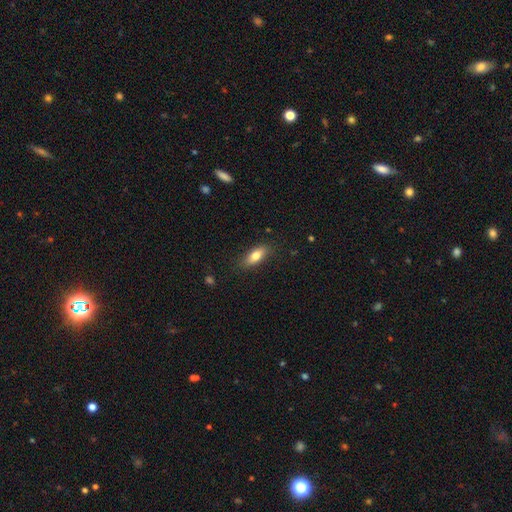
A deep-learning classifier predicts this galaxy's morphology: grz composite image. It shows a smooth galaxy with no disk features (76%) that is in between round and cigar-shaped (75%). Merging: none (84%).